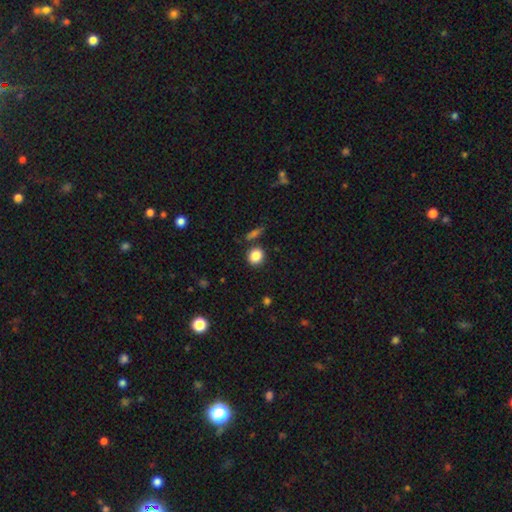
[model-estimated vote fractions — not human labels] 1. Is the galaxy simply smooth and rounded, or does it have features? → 86% smooth, 10% star or artifact, 5% featured or disk.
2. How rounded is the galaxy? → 80% round, 19% in between, 1% cigar-shaped.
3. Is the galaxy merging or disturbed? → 81% none, 9% minor disturbance, 7% merger, 3% major disturbance.